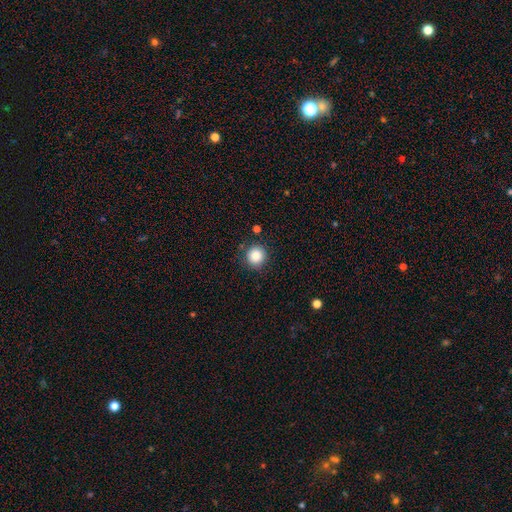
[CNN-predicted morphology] Smooth or featured? smooth (86%)
How rounded? round (94%)
Merging? none (86%)